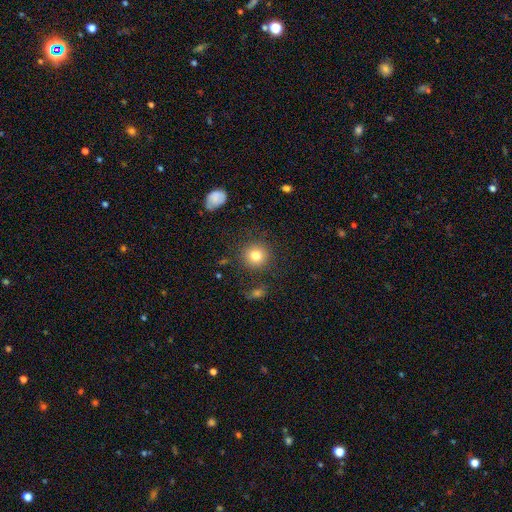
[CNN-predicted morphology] This is clearly a smooth galaxy (81%). How rounded: clearly round (92%). Merging: clearly none (87%).